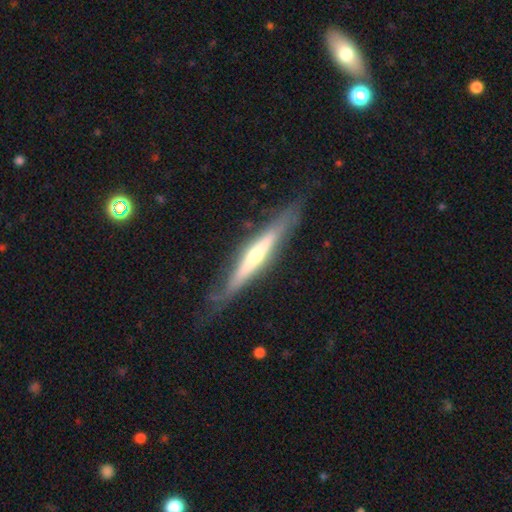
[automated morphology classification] A featured or disk galaxy (72%) viewed edge-on (91%) with a rounded central bulge (73%).

Vote fractions:
- Smooth or featured? featured or disk: 72% / smooth: 23% / star or artifact: 6%
- Edge-on disk? yes: 91% / no: 9%
- Edge-on bulge? rounded: 73% / none: 20% / boxy: 7%
- Merging? none: 77% / minor disturbance: 17% / major disturbance: 4% / merger: 1%